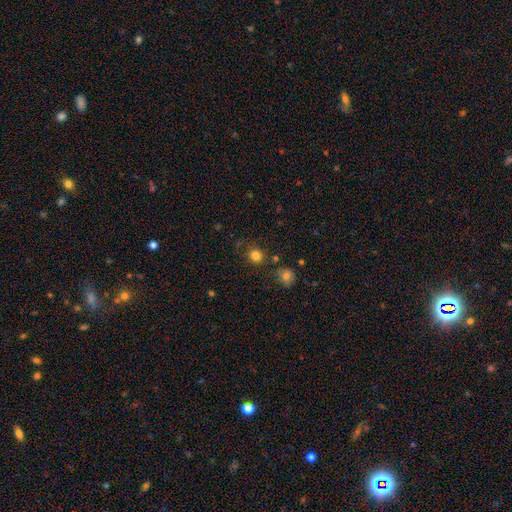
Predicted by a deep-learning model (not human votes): Smooth or featured? smooth (81%)
How rounded? round (85%)
Merging? none (82%)